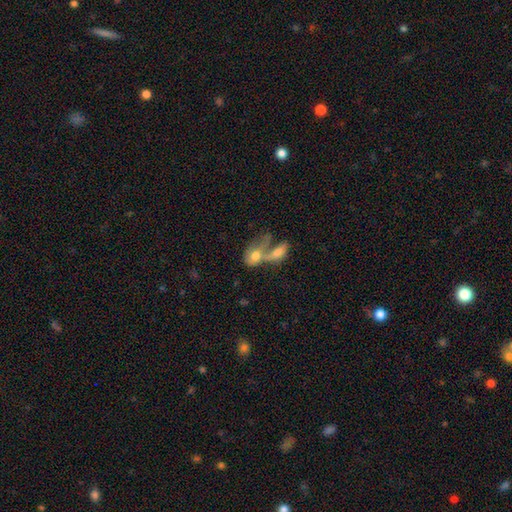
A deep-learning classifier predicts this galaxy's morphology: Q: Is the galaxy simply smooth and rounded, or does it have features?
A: smooth — 57%.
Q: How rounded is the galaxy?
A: in between — 70%.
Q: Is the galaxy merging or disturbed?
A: merger — 67%.